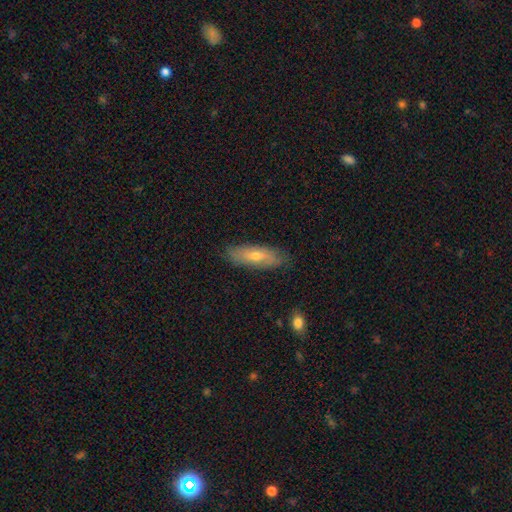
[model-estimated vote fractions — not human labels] A smooth galaxy with no disk features (54%) that is in between round and cigar-shaped (52%).

Vote fractions:
- Smooth or featured? smooth: 54% / featured or disk: 39% / star or artifact: 7%
- How rounded? in between: 52% / cigar-shaped: 46% / round: 3%
- Merging? none: 82% / minor disturbance: 14% / major disturbance: 3% / merger: 1%